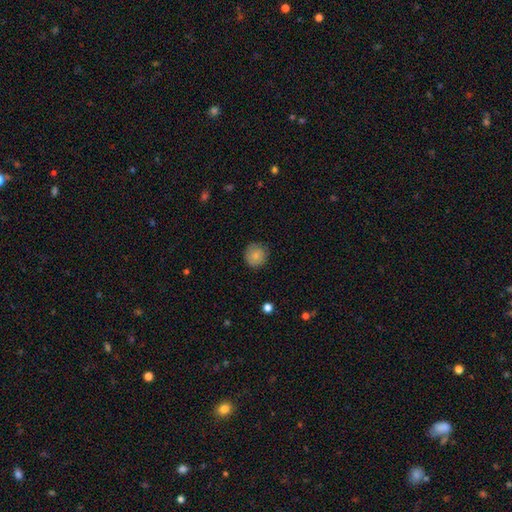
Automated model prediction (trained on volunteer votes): Smooth or featured? smooth (82%)
How rounded? round (93%)
Merging? none (84%)